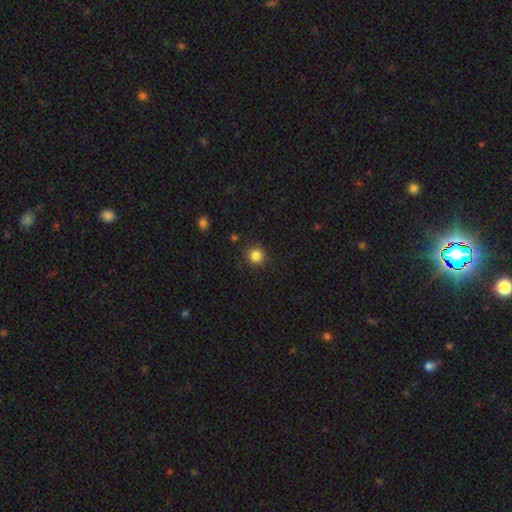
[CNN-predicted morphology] This is clearly a smooth galaxy (84%). How rounded: clearly round (93%). Merging: clearly none (91%).